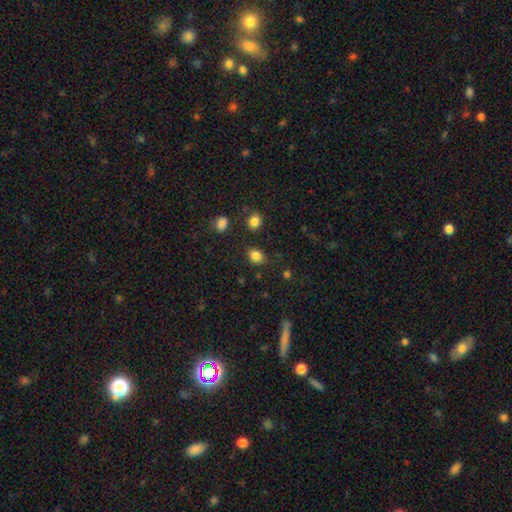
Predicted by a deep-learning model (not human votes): smooth-or-featured: smooth: 84% | star or artifact: 12% | featured or disk: 4%
  how-rounded: in between: 50% | round: 49% | cigar-shaped: 1%
  merging: none: 78% | minor disturbance: 14% | major disturbance: 4% | merger: 4%